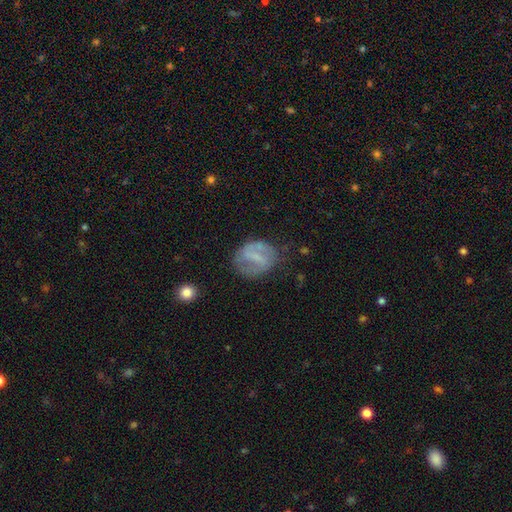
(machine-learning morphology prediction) Overall: featured or disk (59%; smooth 33%). Edge-on disk: no (97%). Bar: strong (43%; weak 41%). Spiral arms: yes (64%; no 36%). Bulge size: none (46%; small 35%). Merging: none (63%).